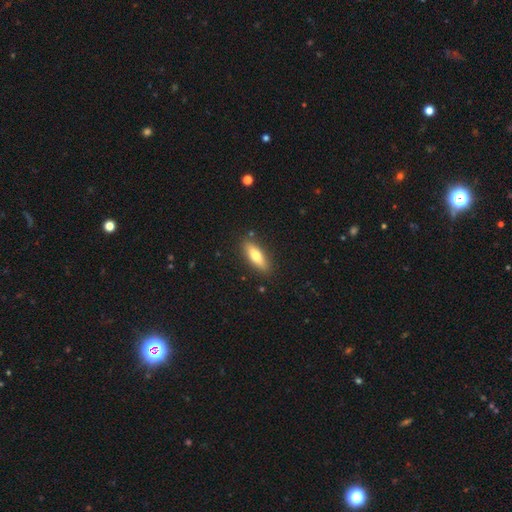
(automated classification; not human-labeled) Smooth or featured? Predicted: smooth (p=0.68). How rounded? Predicted: in between (p=0.53). Merging? Predicted: none (p=0.86).